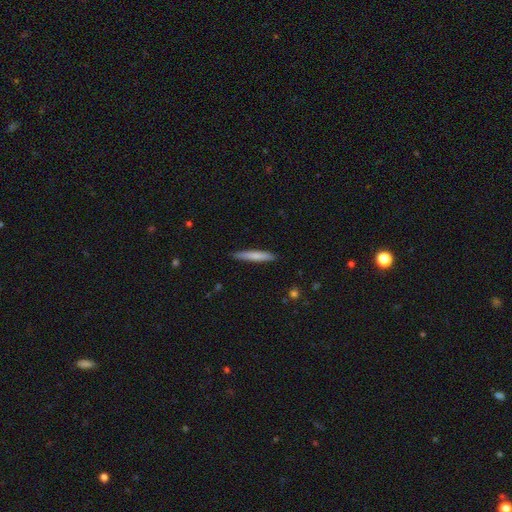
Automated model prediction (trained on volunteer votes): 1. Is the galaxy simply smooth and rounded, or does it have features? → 73% smooth, 21% featured or disk, 6% star or artifact.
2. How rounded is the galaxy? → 93% cigar-shaped, 5% in between, 1% round.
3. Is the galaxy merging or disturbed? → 87% none, 10% minor disturbance, 2% major disturbance, 1% merger.